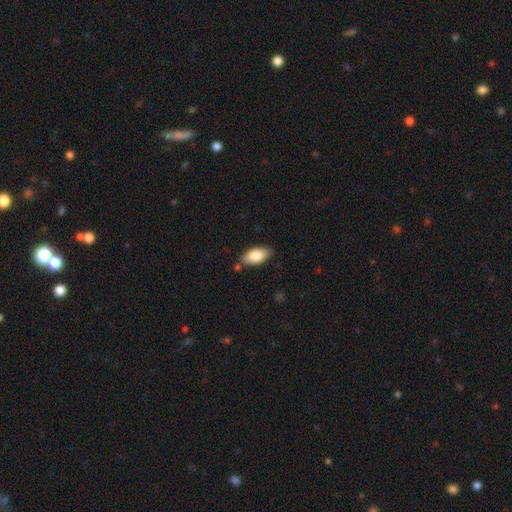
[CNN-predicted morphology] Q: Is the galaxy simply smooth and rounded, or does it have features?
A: smooth — 82%.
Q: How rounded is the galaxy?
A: in between — 92%.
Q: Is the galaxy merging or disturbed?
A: none — 77%.